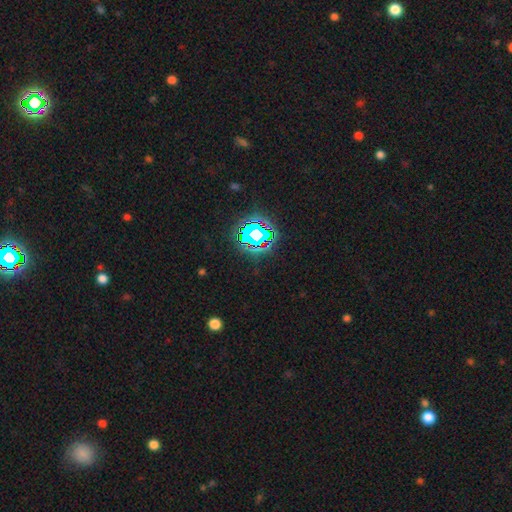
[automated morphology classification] Smooth or featured? star or artifact (82%)